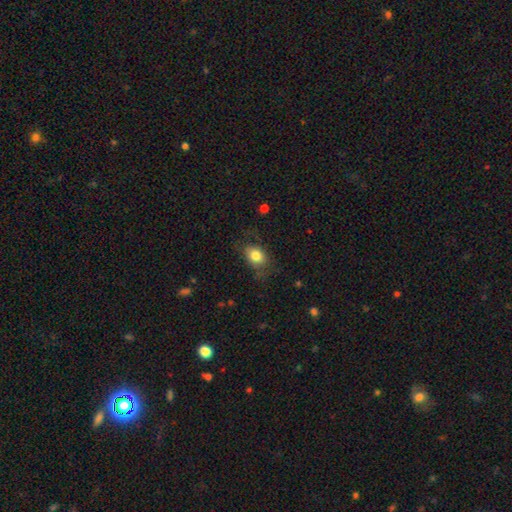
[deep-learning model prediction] The model was most divided on "merging": none: 66%, minor disturbance: 22%, major disturbance: 11%, merger: 1%. More confident: smooth or featured — smooth (80%); how rounded — in between (73%).